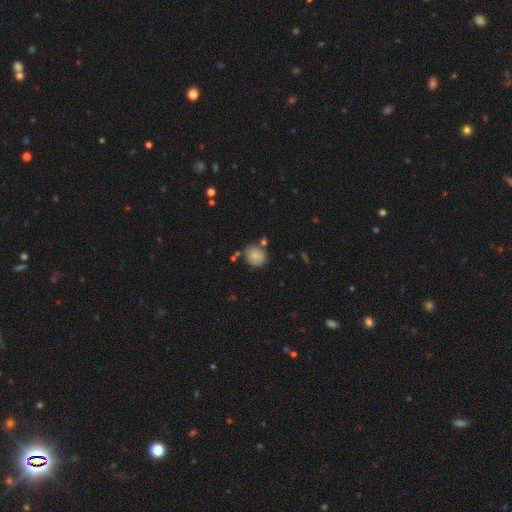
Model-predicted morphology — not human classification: A smooth galaxy with no disk features (78%) that is round (81%).

Vote fractions:
- Smooth or featured? smooth: 78% / featured or disk: 13% / star or artifact: 9%
- How rounded? round: 81% / in between: 18% / cigar-shaped: 1%
- Merging? none: 65% / minor disturbance: 20% / merger: 10% / major disturbance: 5%